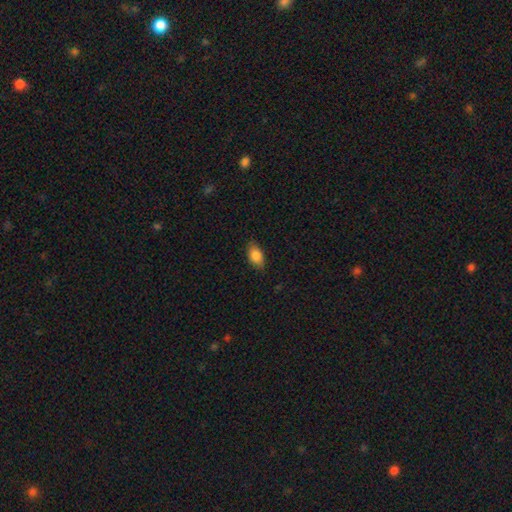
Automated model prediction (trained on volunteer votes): Q: Smooth or featured?
A: smooth (85%); runner-up: featured or disk (8%)
Q: How rounded?
A: in between (89%); runner-up: round (8%)
Q: Merging?
A: none (82%); runner-up: minor disturbance (15%)